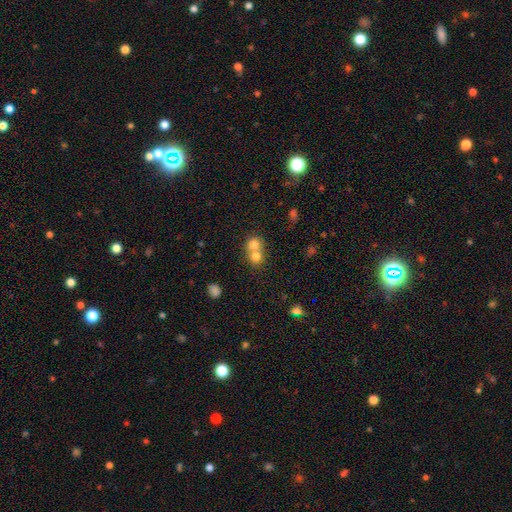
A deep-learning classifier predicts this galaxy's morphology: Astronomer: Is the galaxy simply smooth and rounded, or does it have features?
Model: smooth — 77%.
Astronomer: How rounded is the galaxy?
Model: round — 81%.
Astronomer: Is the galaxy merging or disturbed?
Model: merger — 63%.